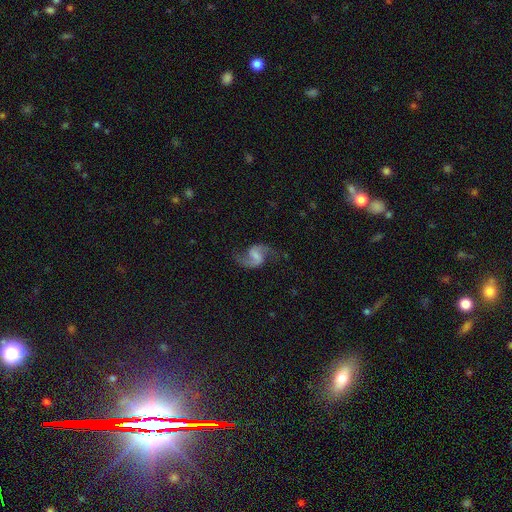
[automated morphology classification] Smooth or featured: featured or disk — 88% (smooth — 6%)
Edge-on disk: no — 98% (yes — 2%)
Bar: weak — 53% (strong — 26%)
Spiral arms: yes — 97% (no — 3%)
Spiral winding: loose — 58% (medium — 36%)
Spiral arm count: 2 — 93% (1 — 2%)
Bulge size: none — 38% (small — 34%)
Merging: none — 77% (minor disturbance — 13%)